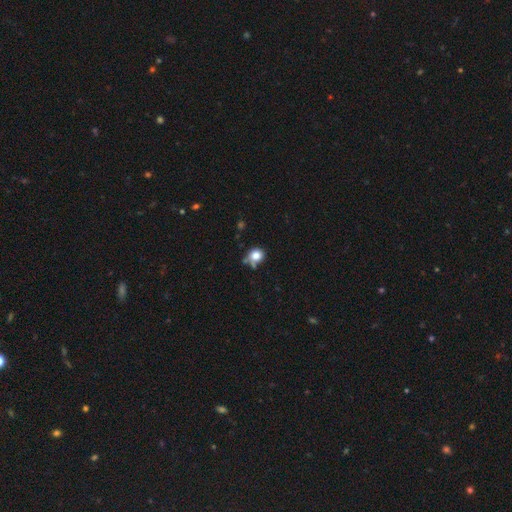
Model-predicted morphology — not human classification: Smooth or featured?
  - smooth: 82% *
  - star or artifact: 11%
  - featured or disk: 7%
How rounded?
  - round: 78% *
  - in between: 21%
  - cigar-shaped: 1%
Merging?
  - none: 61% *
  - minor disturbance: 20%
  - merger: 13%
  - major disturbance: 6%